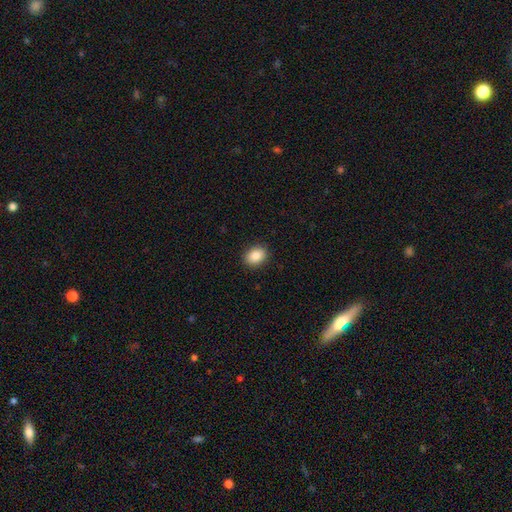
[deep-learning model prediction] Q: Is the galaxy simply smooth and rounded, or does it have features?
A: smooth — 86%.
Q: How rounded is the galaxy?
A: in between — 62%.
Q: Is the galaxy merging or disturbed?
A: none — 91%.